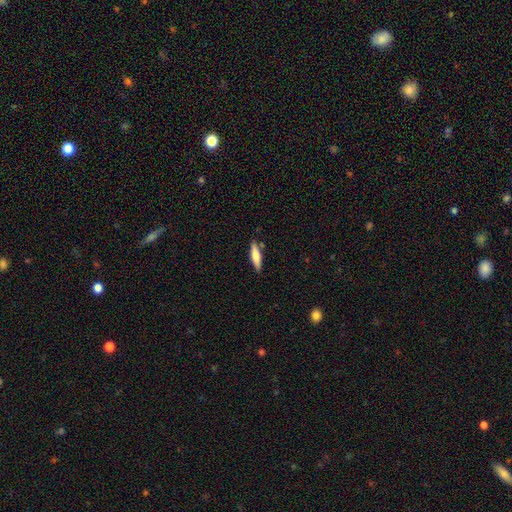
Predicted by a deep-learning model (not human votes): The model was most divided on "smooth or featured": smooth: 68%, featured or disk: 26%, star or artifact: 6%. More confident: merging — none (84%); how rounded — cigar-shaped (74%).